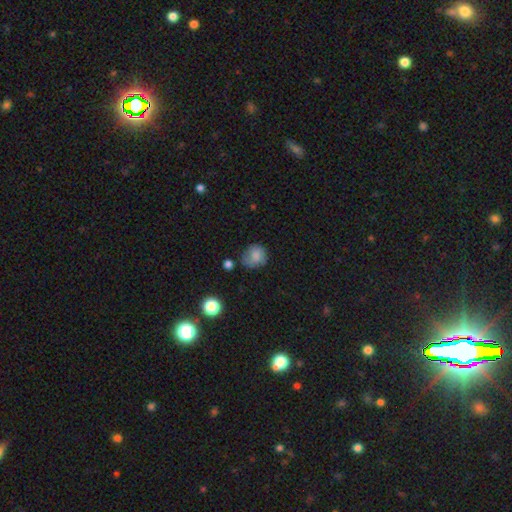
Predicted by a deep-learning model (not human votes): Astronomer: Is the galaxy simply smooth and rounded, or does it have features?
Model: smooth — 73%.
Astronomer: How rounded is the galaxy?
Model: round — 73%.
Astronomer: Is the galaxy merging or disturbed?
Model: none — 58%.